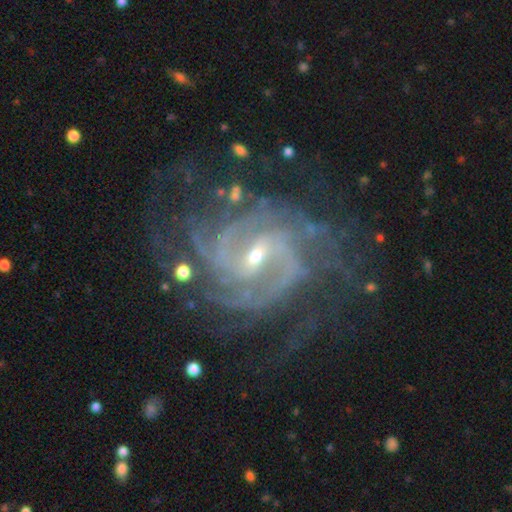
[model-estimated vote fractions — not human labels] Smooth or featured? featured or disk (92%)
Edge-on disk? no (98%)
Bar? weak (49%)
Spiral arms? yes (98%)
Spiral winding? tight (58%)
Spiral arm count? 2 (26%)
Bulge size? small (65%)
Merging? none (68%)